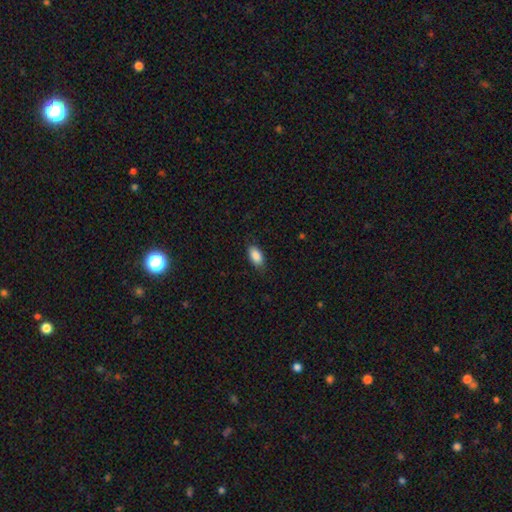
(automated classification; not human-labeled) Smooth or featured: smooth — 89% (star or artifact — 7%)
How rounded: in between — 92% (cigar-shaped — 4%)
Merging: none — 84% (minor disturbance — 13%)